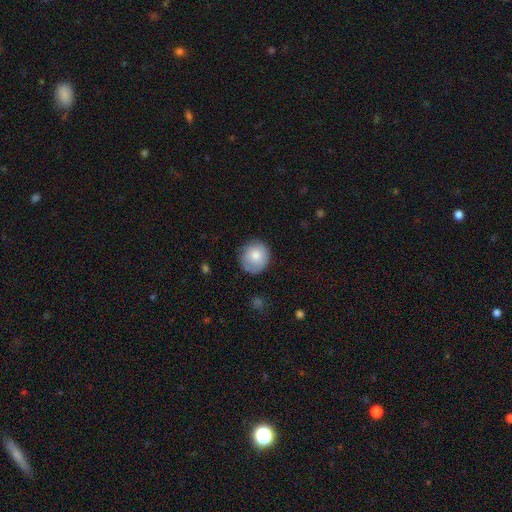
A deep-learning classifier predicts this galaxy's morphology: smooth-or-featured: smooth: 77% | featured or disk: 16% | star or artifact: 7%
  how-rounded: round: 88% | in between: 11% | cigar-shaped: 1%
  merging: none: 77% | minor disturbance: 17% | major disturbance: 4% | merger: 1%